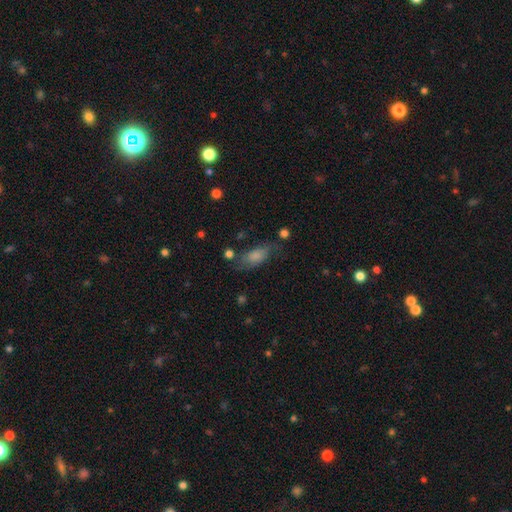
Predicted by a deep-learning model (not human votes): This is likely a smooth galaxy (64%). How rounded: clearly in between (83%). Merging: possibly none (52%).